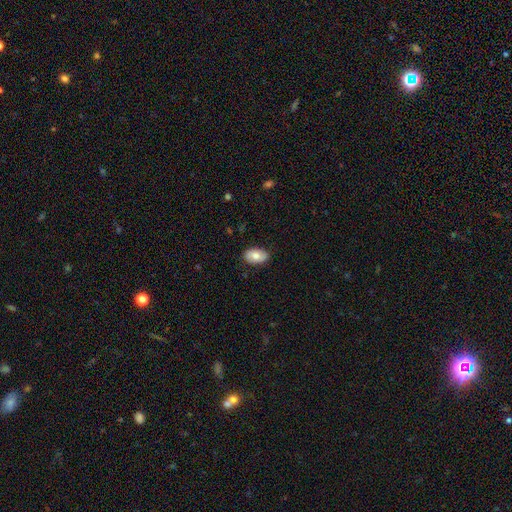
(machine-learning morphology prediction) This is likely a smooth galaxy (74%). How rounded: clearly in between (92%). Merging: clearly none (85%).